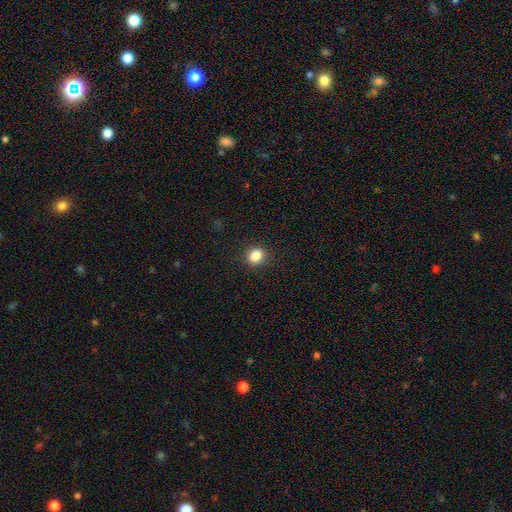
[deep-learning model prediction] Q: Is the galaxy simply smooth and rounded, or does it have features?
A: smooth — 84%.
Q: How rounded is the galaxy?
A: round — 75%.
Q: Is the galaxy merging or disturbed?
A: none — 89%.